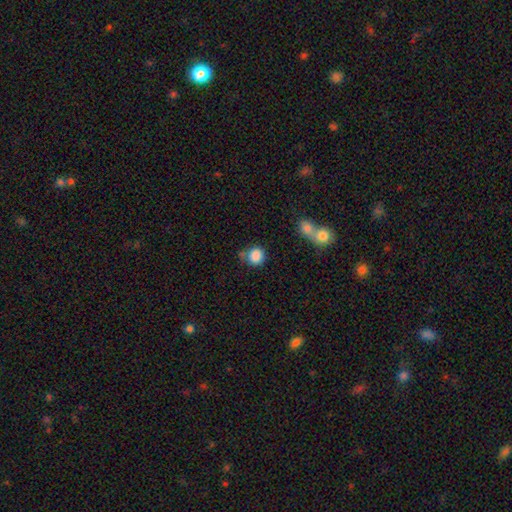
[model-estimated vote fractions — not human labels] The model was most divided on "merging": none: 61%, merger: 17%, minor disturbance: 16%, major disturbance: 6%. More confident: smooth or featured — smooth (86%); how rounded — round (85%).